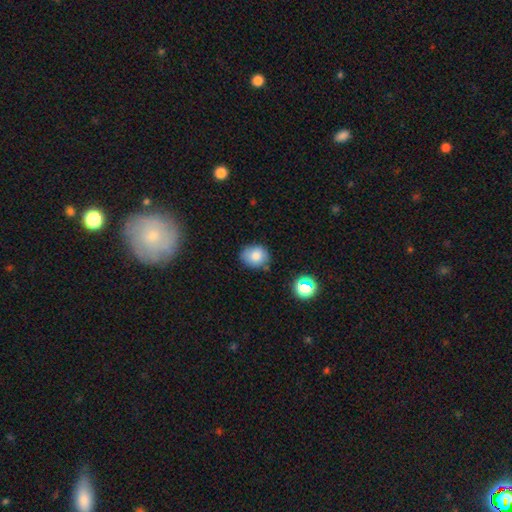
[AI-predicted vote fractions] Morphology: type=smooth (81%); roundness=round (65%); merging=none (74%).